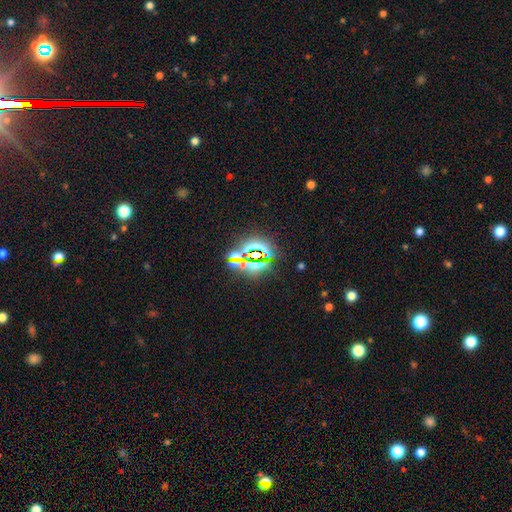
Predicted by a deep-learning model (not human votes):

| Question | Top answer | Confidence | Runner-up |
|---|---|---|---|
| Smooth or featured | star or artifact | 77% | smooth (14%) |